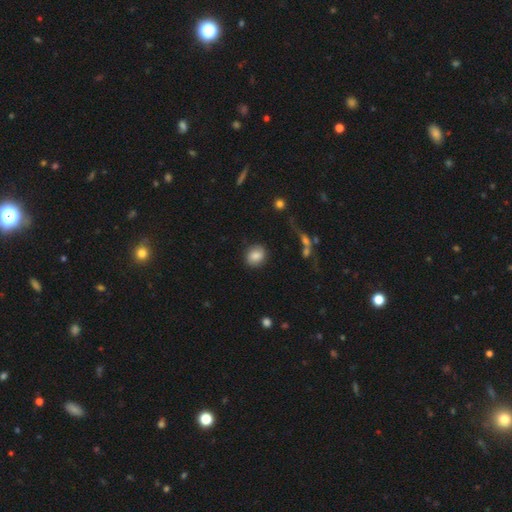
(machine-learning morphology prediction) type=smooth (79%); roundness=round (72%); merging=none (84%).